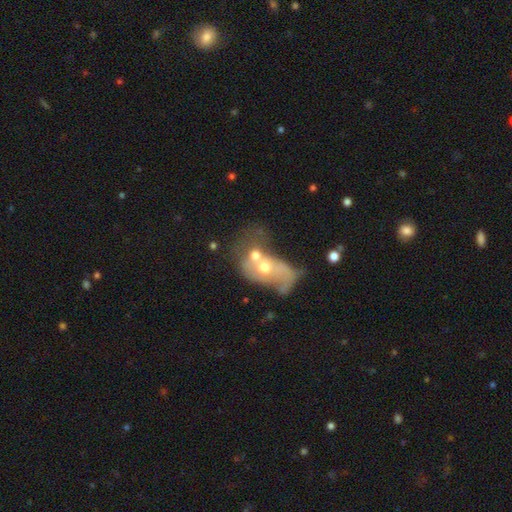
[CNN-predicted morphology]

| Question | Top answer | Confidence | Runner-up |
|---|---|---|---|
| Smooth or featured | featured or disk | 48% | smooth (42%) |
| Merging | merger | 70% | major disturbance (15%) |